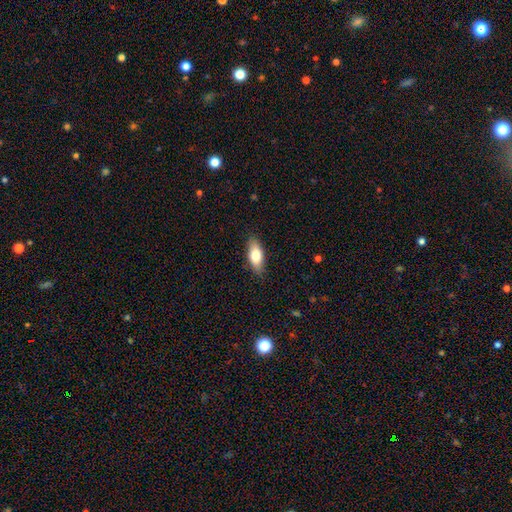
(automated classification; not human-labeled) Overall: smooth (75%). How rounded: in between (80%). Merging: none (85%).